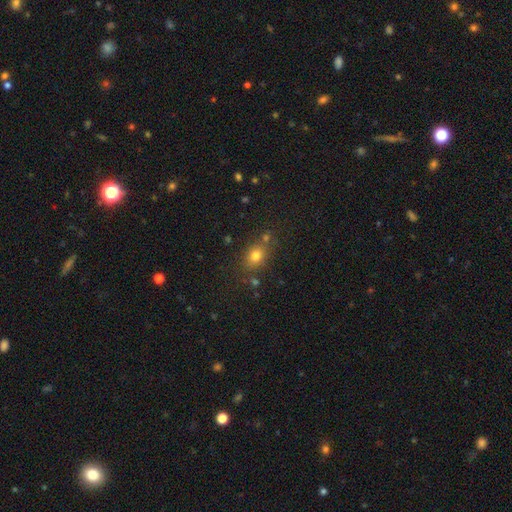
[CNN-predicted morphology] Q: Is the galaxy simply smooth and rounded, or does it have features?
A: smooth — 75%.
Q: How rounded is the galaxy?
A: in between — 56%.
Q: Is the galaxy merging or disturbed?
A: none — 70%.